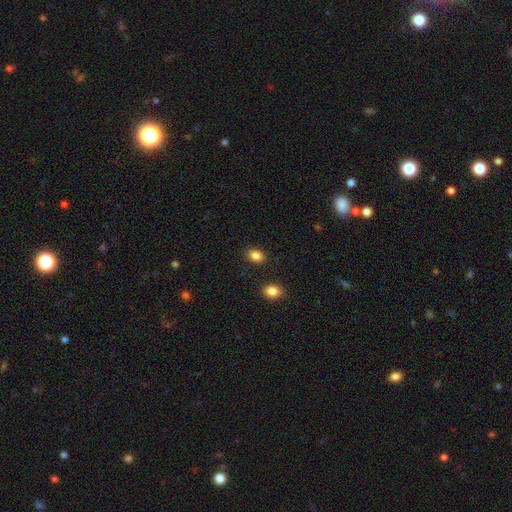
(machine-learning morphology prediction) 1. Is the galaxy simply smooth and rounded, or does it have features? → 86% smooth, 9% star or artifact, 4% featured or disk.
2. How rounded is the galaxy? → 76% in between, 23% round, 1% cigar-shaped.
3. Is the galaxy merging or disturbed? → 86% none, 9% minor disturbance, 3% merger, 2% major disturbance.